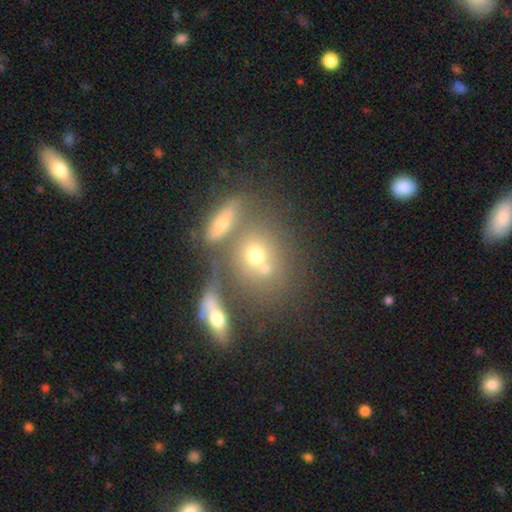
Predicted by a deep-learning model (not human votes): Overall: smooth (55%; featured or disk 28%). How rounded: round (61%; in between 34%). Merging: merger (43%; none 39%).